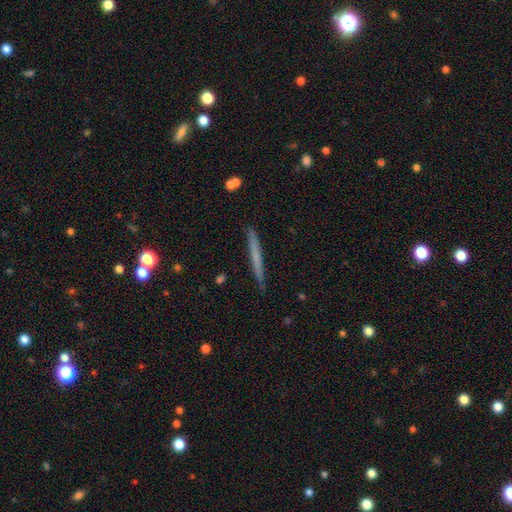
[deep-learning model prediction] This appears to be a smooth galaxy with no disk features (57%) that is cigar-shaped (96%). Merging: none (90%).